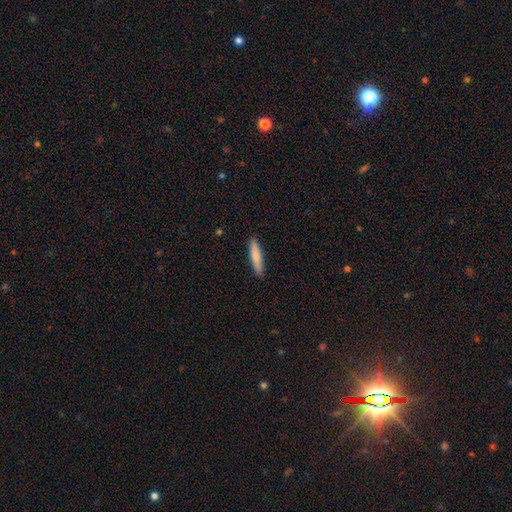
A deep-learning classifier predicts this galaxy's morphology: smooth_or_featured: smooth (p=0.79) [alt: featured or disk p=0.16]
how_rounded: cigar-shaped (p=0.87) [alt: in between p=0.12]
merging: none (p=0.89) [alt: minor disturbance p=0.08]